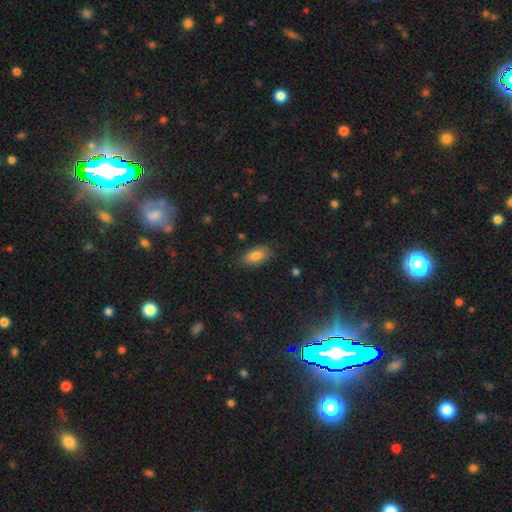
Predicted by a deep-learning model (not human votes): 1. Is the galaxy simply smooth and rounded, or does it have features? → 83% smooth, 9% featured or disk, 8% star or artifact.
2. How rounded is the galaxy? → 91% in between, 5% cigar-shaped, 4% round.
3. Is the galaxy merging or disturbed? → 81% none, 14% minor disturbance, 3% major disturbance, 1% merger.